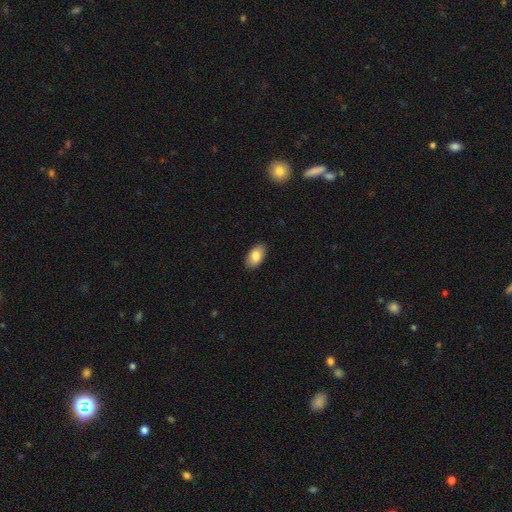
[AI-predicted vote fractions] smooth 85%, featured or disk 9%, star or artifact 7%. Down the decision tree: how rounded — in between (94%); merging — none (90%).